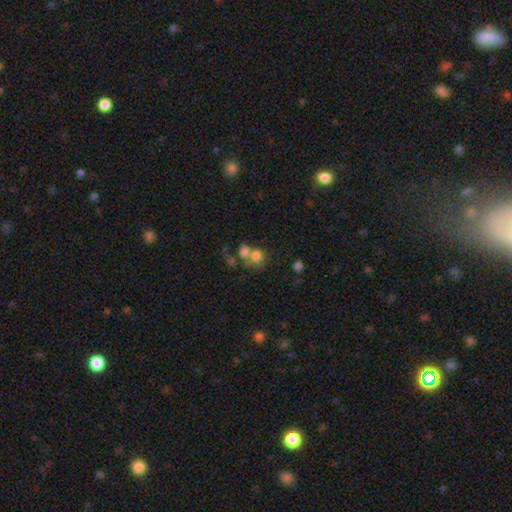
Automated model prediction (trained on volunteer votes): Smooth or featured: smooth — 73% (featured or disk — 14%)
How rounded: round — 71% (in between — 28%)
Merging: merger — 51% (none — 32%)